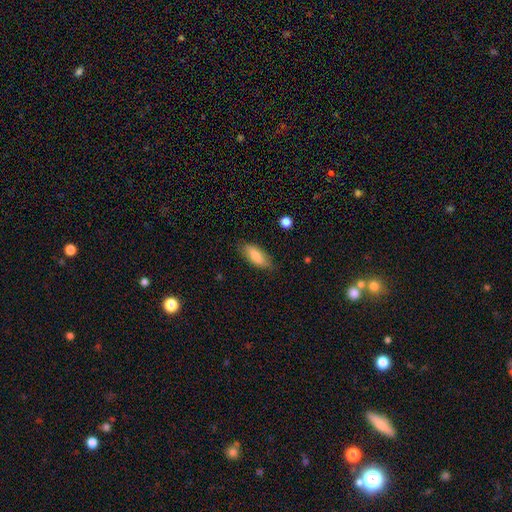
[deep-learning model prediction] Morphology: type=smooth (79%); roundness=in between (76%); merging=none (78%).